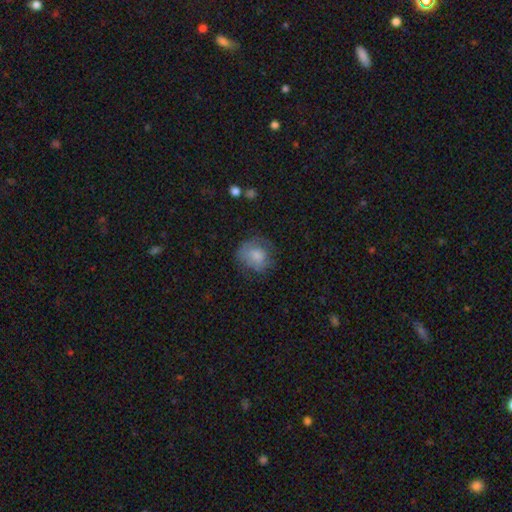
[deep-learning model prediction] Smooth or featured? Predicted: smooth (p=0.70). How rounded? Predicted: round (p=0.73). Merging? Predicted: none (p=0.58).